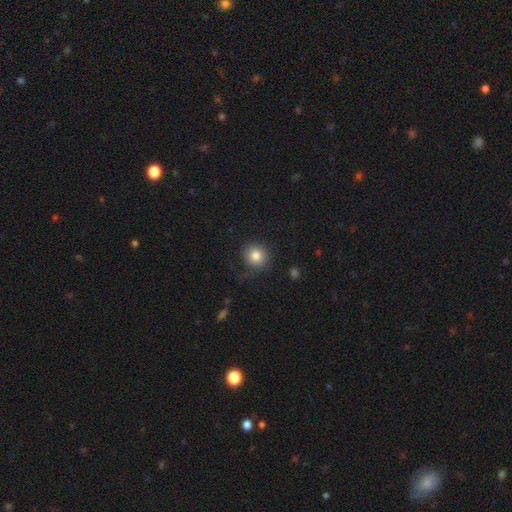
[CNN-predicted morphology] This appears to be a smooth galaxy with no disk features (83%) that is round (87%). Merging: none (76%).